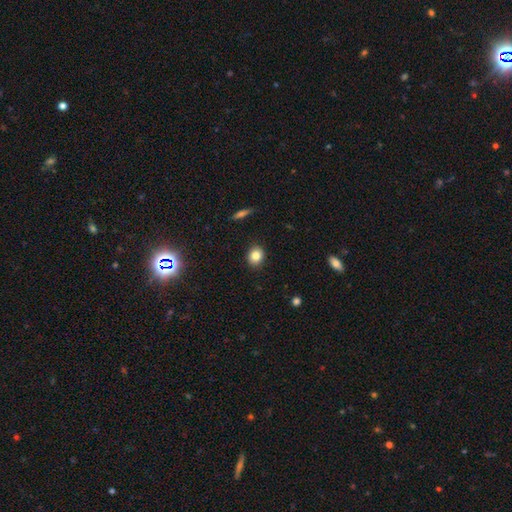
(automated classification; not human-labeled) This appears to be a smooth galaxy with no disk features (83%) that is round (68%). Merging: none (91%).